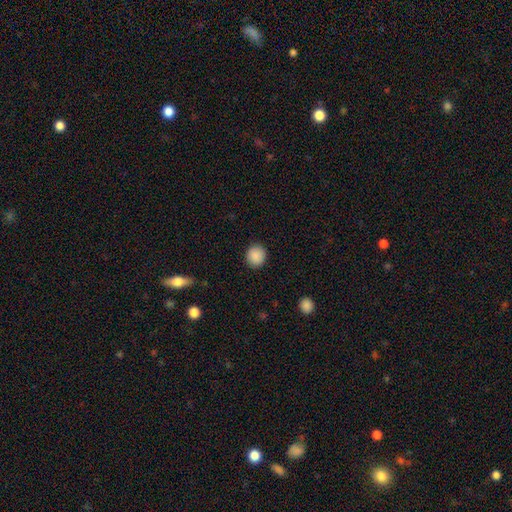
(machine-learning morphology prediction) smooth_or_featured: smooth (p=0.89) [alt: star or artifact p=0.08]
how_rounded: round (p=0.84) [alt: in between p=0.15]
merging: none (p=0.90) [alt: minor disturbance p=0.07]